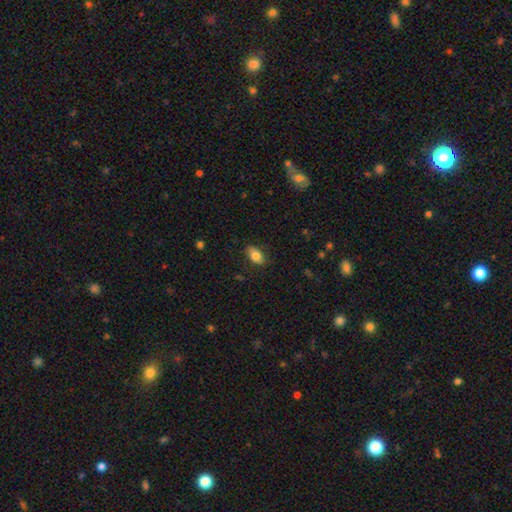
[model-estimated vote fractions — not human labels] smooth_or_featured: smooth (p=0.79) [alt: featured or disk p=0.13]
how_rounded: in between (p=0.90) [alt: round p=0.08]
merging: none (p=0.79) [alt: minor disturbance p=0.16]